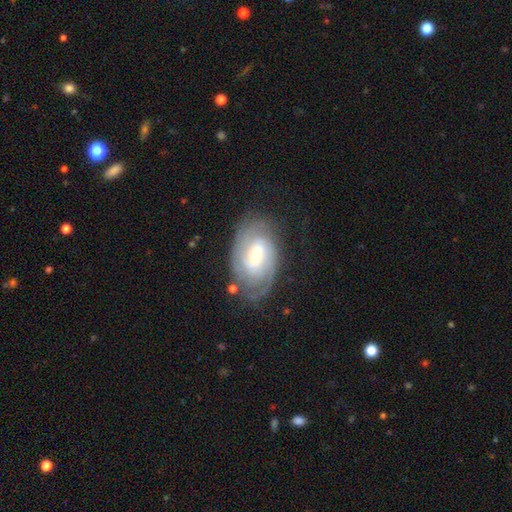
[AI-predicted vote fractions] Q: Smooth or featured?
A: featured or disk (79%); runner-up: smooth (16%)
Q: Edge-on disk?
A: no (95%); runner-up: yes (5%)
Q: Bar?
A: no (50%); runner-up: weak (38%)
Q: Spiral arms?
A: yes (91%); runner-up: no (9%)
Q: Spiral winding?
A: tight (64%); runner-up: medium (28%)
Q: Spiral arm count?
A: 2 (45%); runner-up: can't tell (30%)
Q: Bulge size?
A: moderate (57%); runner-up: small (37%)
Q: Merging?
A: none (73%); runner-up: minor disturbance (17%)